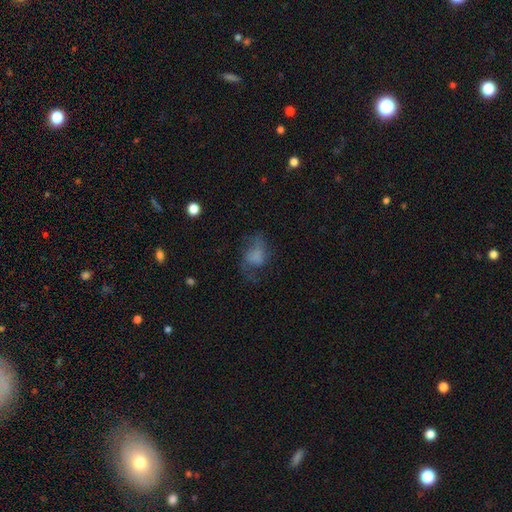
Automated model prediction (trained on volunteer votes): smooth_or_featured: smooth (p=0.54) [alt: featured or disk p=0.32]
how_rounded: in between (p=0.72) [alt: round p=0.26]
merging: none (p=0.39) [alt: major disturbance p=0.35]